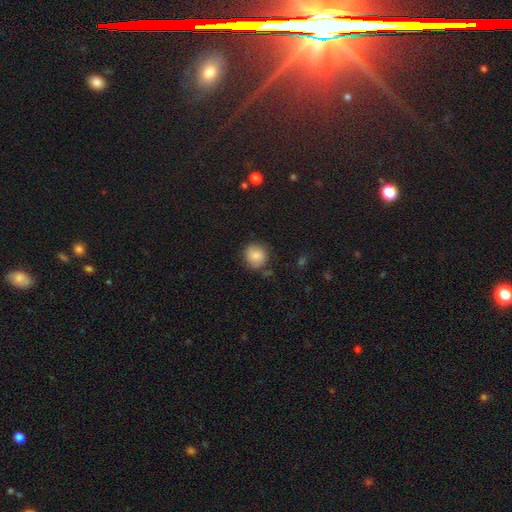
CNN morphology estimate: Smooth or featured? smooth (80%)
How rounded? round (84%)
Merging? none (77%)